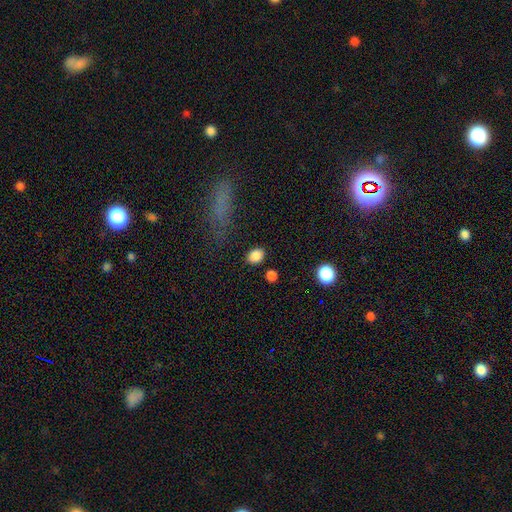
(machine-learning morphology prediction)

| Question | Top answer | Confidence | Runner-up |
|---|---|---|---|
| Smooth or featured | smooth | 86% | star or artifact (10%) |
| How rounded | in between | 56% | round (42%) |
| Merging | none | 83% | minor disturbance (10%) |